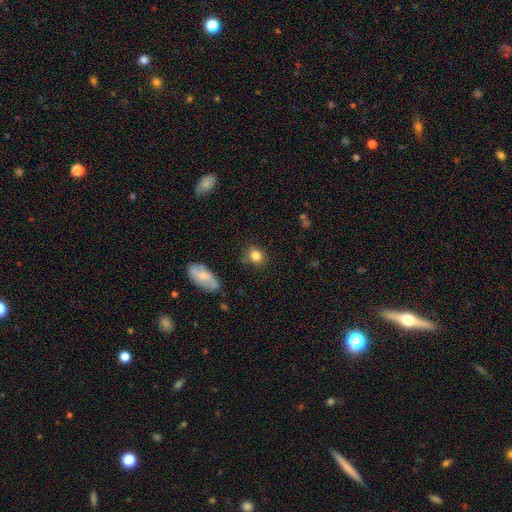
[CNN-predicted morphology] Smooth or featured? Predicted: smooth (p=0.83). How rounded? Predicted: round (p=0.74). Merging? Predicted: none (p=0.79).